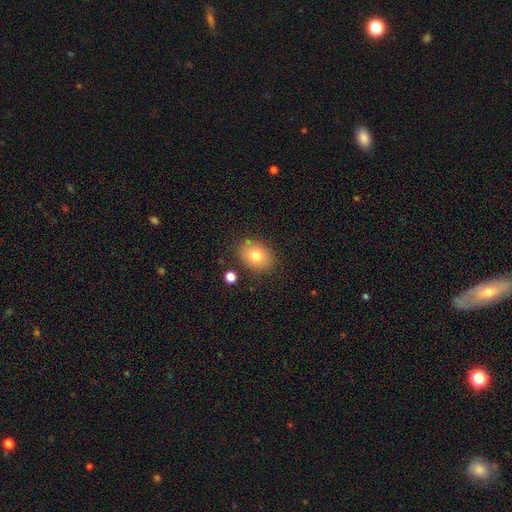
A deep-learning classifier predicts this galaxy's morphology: Q: Smooth or featured?
A: smooth (78%); runner-up: featured or disk (12%)
Q: How rounded?
A: in between (64%); runner-up: round (36%)
Q: Merging?
A: none (83%); runner-up: minor disturbance (11%)